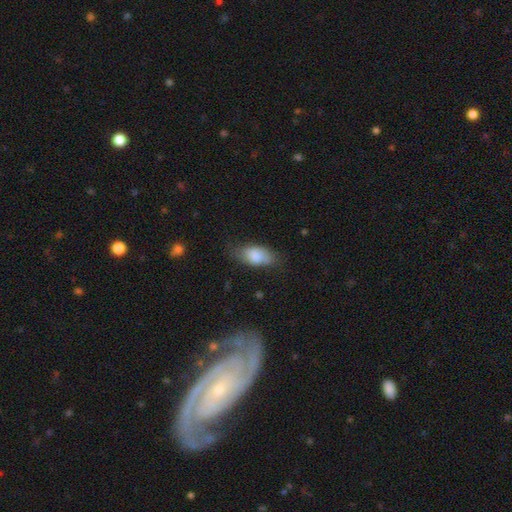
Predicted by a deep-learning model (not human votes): Q: Smooth or featured?
A: smooth (81%); runner-up: featured or disk (12%)
Q: How rounded?
A: in between (90%); runner-up: cigar-shaped (6%)
Q: Merging?
A: none (63%); runner-up: minor disturbance (27%)